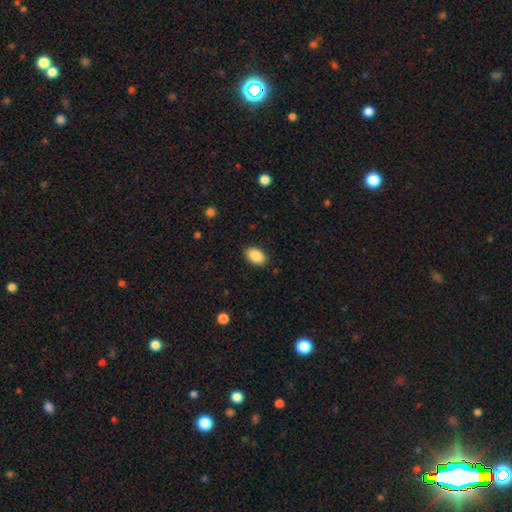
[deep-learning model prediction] A smooth galaxy with no disk features (90%) that is in between round and cigar-shaped (88%).

Vote fractions:
- Smooth or featured? smooth: 90% / star or artifact: 7% / featured or disk: 3%
- How rounded? in between: 88% / round: 11% / cigar-shaped: 1%
- Merging? none: 88% / minor disturbance: 8% / major disturbance: 2% / merger: 1%